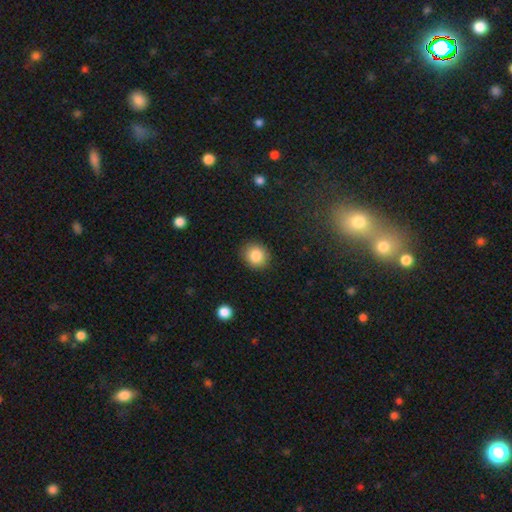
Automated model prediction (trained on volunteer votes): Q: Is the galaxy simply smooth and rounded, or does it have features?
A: smooth — 86%.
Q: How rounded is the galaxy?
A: round — 78%.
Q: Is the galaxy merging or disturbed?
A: none — 88%.